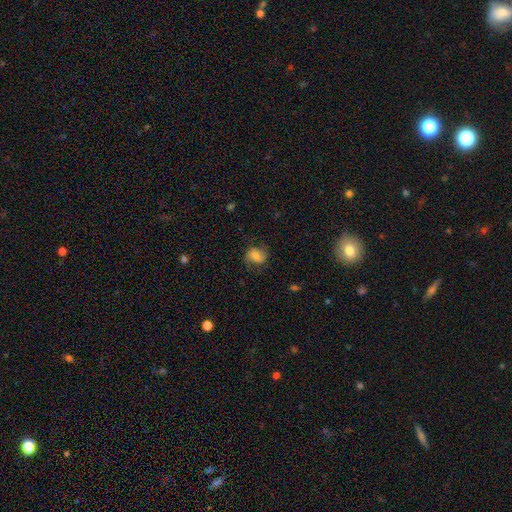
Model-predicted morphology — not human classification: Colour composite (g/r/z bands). It shows a smooth galaxy with no disk features (52%) that is round (58%). Merging: none (69%).